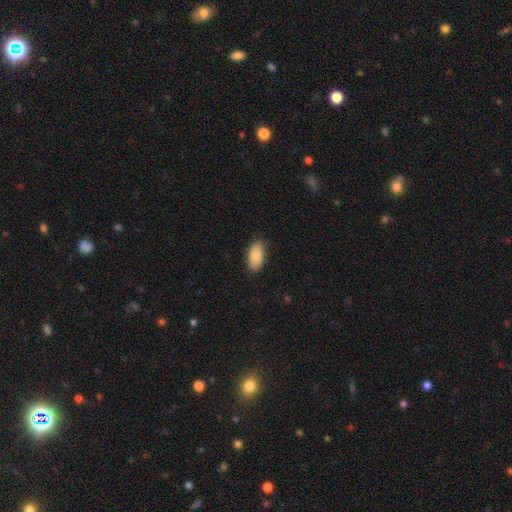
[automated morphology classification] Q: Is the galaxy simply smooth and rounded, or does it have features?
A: smooth — 89%.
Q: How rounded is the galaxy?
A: in between — 94%.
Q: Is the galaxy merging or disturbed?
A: none — 87%.